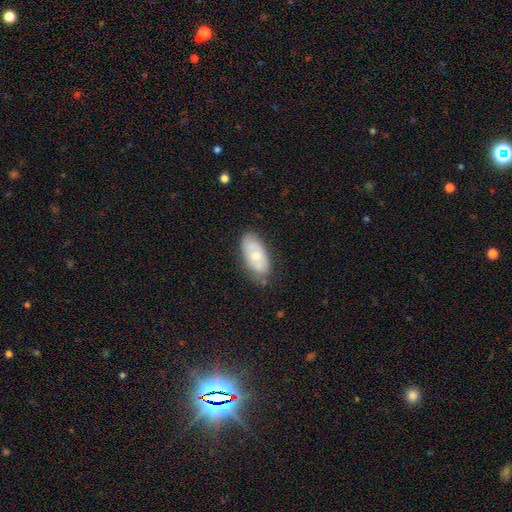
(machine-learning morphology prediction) This appears to be a smooth galaxy with no disk features (58%) that is in between round and cigar-shaped (91%). Merging: none (73%).